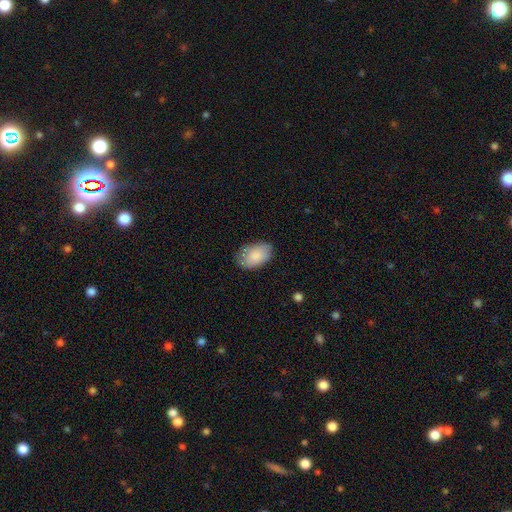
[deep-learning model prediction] smooth_or_featured: smooth (p=0.86) [alt: featured or disk p=0.08]
how_rounded: in between (p=0.92) [alt: round p=0.07]
merging: none (p=0.76) [alt: minor disturbance p=0.19]